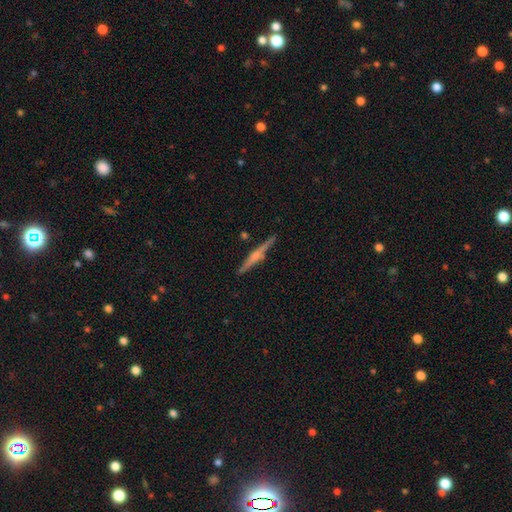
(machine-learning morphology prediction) This appears to be a featured or disk galaxy (71%) viewed edge-on (98%) with a rounded central bulge (71%). Merging: none (87%).